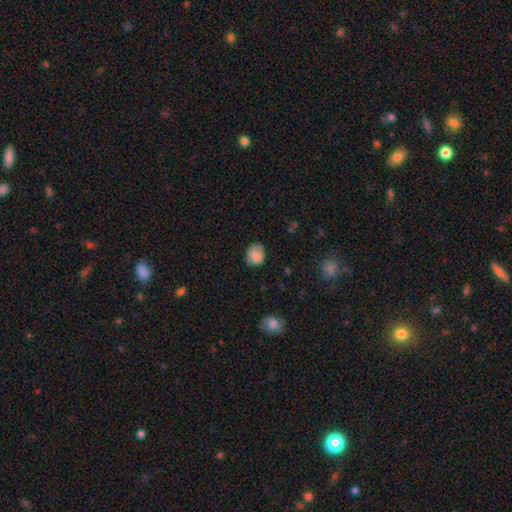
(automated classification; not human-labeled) smooth 83%, featured or disk 9%, star or artifact 8%. Down the decision tree: how rounded — round (59%); merging — none (71%).